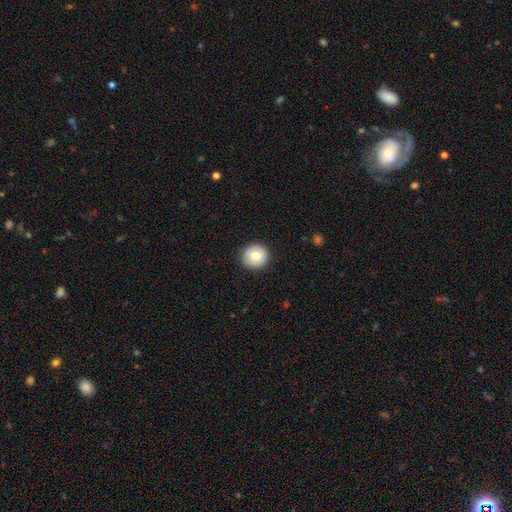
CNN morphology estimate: A smooth galaxy with no disk features (75%) that is round (93%). Merging: none (91%).